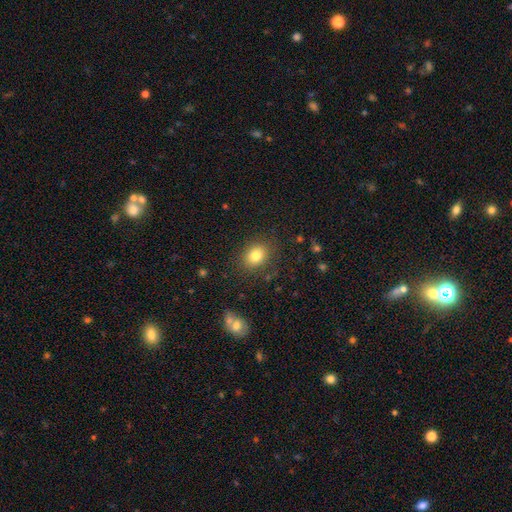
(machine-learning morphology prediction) This is clearly a smooth galaxy (81%). How rounded: possibly in between (53%). Merging: clearly none (85%).